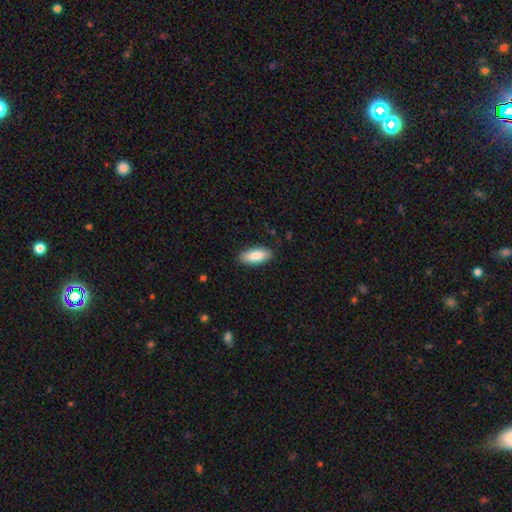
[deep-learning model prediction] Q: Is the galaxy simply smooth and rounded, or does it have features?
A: smooth — 87%.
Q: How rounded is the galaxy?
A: in between — 86%.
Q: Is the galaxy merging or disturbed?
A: none — 87%.